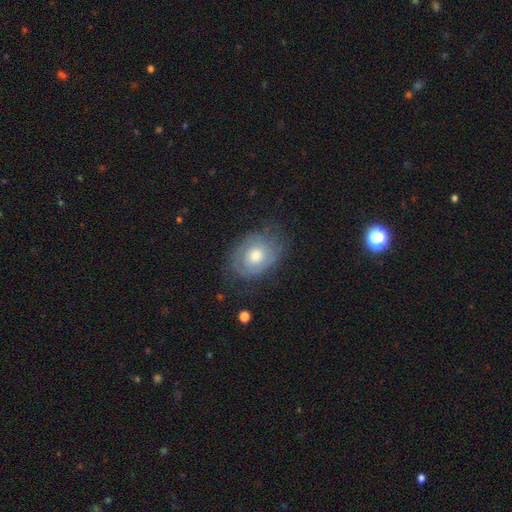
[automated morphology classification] A featured or disk galaxy (49%). Merging: none (66%).